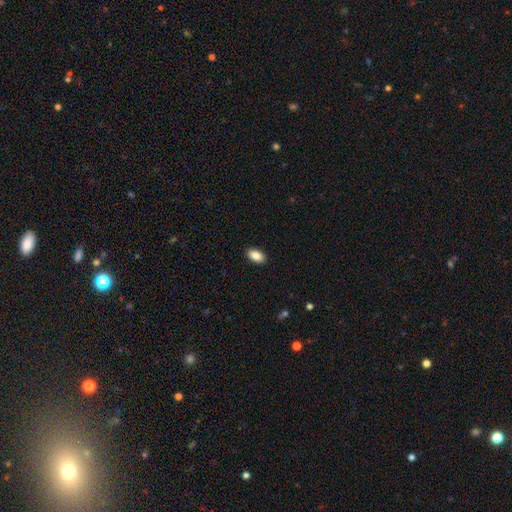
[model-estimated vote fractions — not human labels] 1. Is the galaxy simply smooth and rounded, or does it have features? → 87% smooth, 7% star or artifact, 6% featured or disk.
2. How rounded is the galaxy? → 93% in between, 5% round, 2% cigar-shaped.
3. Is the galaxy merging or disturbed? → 91% none, 7% minor disturbance, 2% major disturbance, 1% merger.